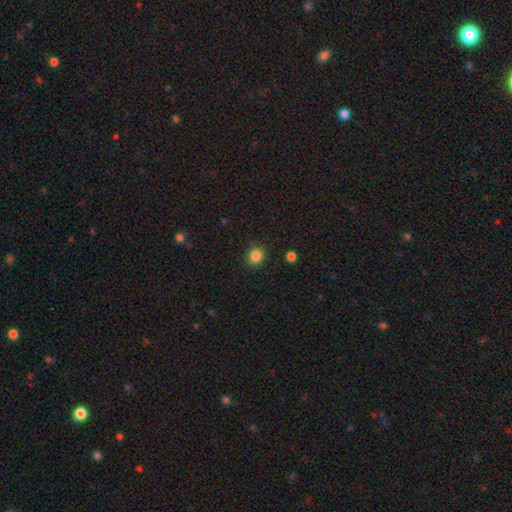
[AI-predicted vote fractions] Morphology: type=smooth (85%); roundness=round (81%); merging=none (87%).